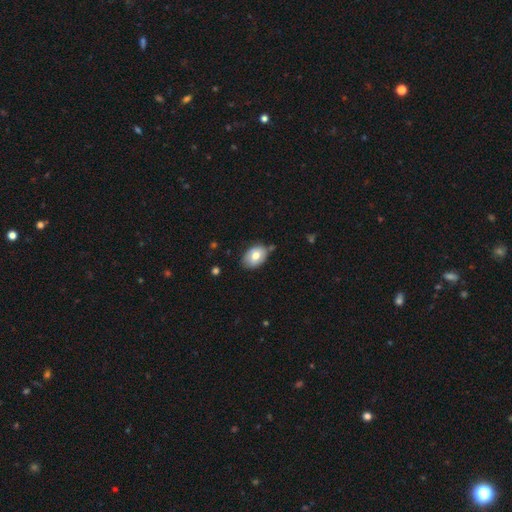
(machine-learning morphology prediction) The model was most divided on "merging": none: 68%, minor disturbance: 24%, merger: 4%, major disturbance: 4%. More confident: how rounded — in between (82%); smooth or featured — smooth (70%).